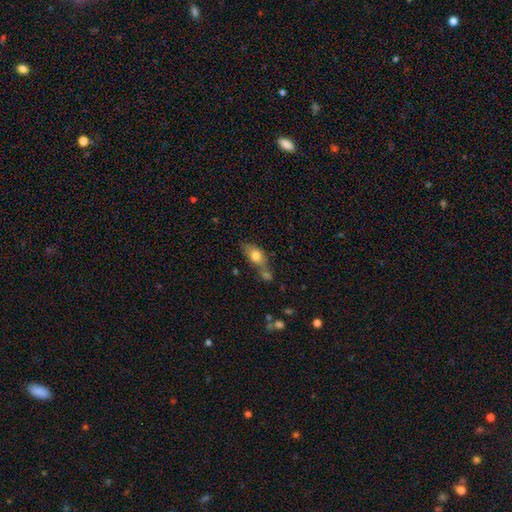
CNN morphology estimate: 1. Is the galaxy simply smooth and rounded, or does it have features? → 73% smooth, 19% featured or disk, 8% star or artifact.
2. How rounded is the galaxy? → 79% in between, 11% round, 10% cigar-shaped.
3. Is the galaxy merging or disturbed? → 42% none, 32% merger, 19% minor disturbance, 7% major disturbance.